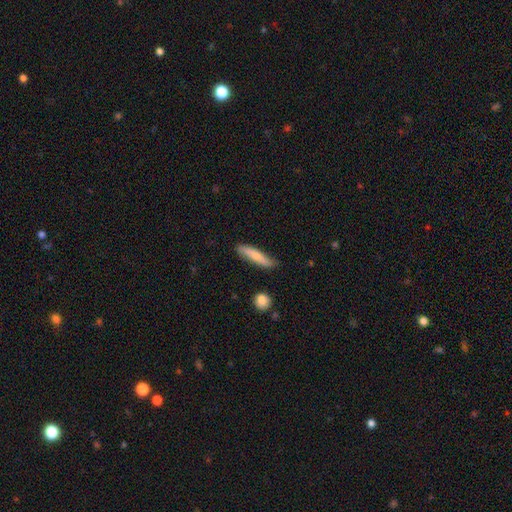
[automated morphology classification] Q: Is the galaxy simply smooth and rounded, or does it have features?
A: smooth — 75%.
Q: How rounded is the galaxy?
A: cigar-shaped — 84%.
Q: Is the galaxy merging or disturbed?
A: none — 77%.